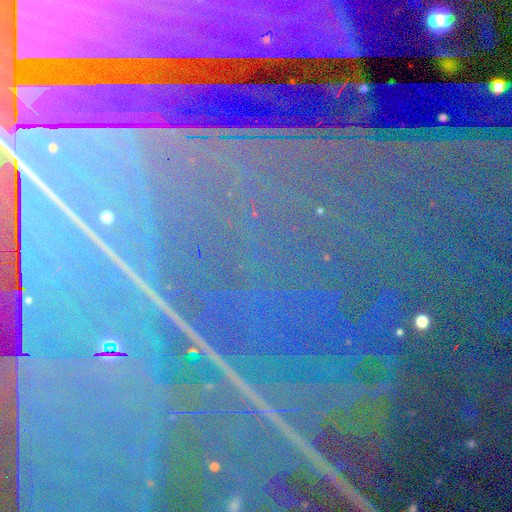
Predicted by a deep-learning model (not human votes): star or artifact 89%, featured or disk 6%, smooth 5%.